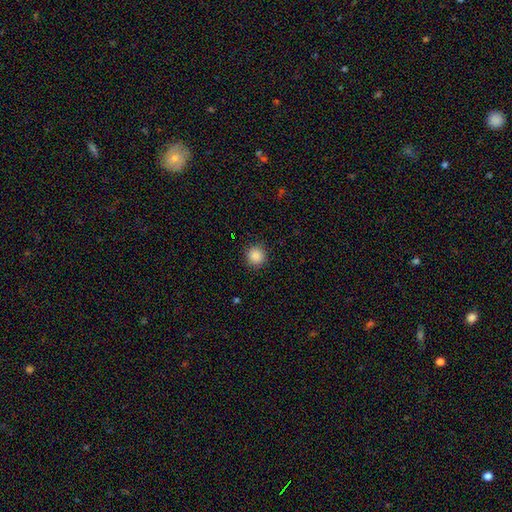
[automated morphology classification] Smooth or featured? smooth (87%)
How rounded? round (94%)
Merging? none (91%)